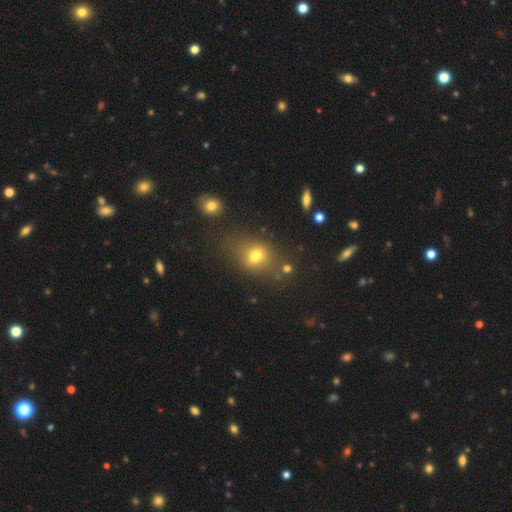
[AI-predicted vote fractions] This appears to be a smooth galaxy with no disk features (70%) that is in between round and cigar-shaped (58%). Merging: none (64%).